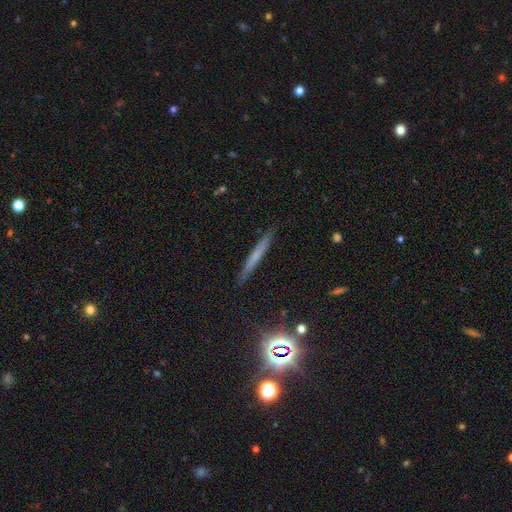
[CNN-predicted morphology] Smooth or featured? Predicted: smooth (p=0.53). How rounded? Predicted: cigar-shaped (p=0.95). Merging? Predicted: none (p=0.89).